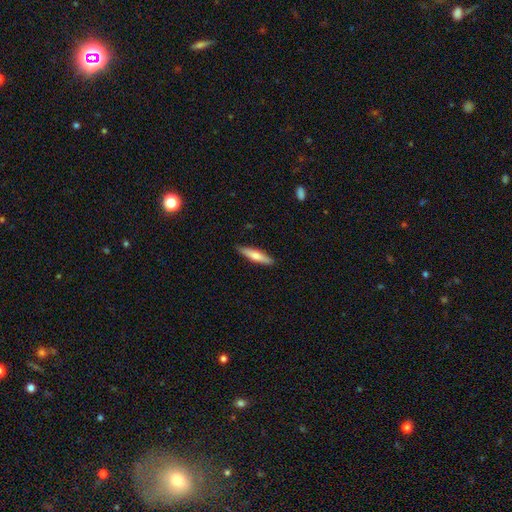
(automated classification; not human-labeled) Smooth or featured? smooth (64%)
How rounded? cigar-shaped (84%)
Merging? none (89%)